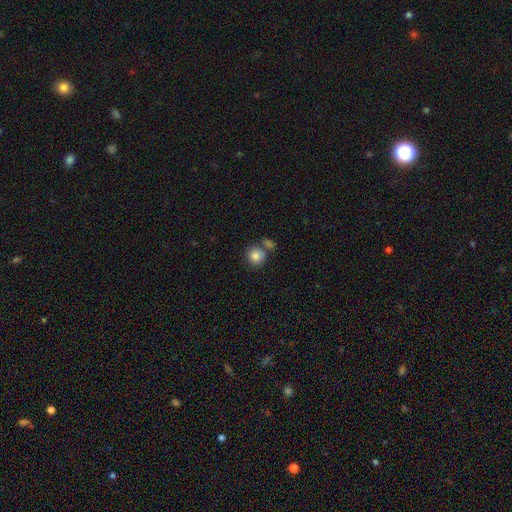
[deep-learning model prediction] A smooth galaxy with no disk features (85%) that is round (89%).

Vote fractions:
- Smooth or featured? smooth: 85% / star or artifact: 9% / featured or disk: 7%
- How rounded? round: 89% / in between: 10% / cigar-shaped: 1%
- Merging? none: 62% / merger: 23% / minor disturbance: 11% / major disturbance: 4%